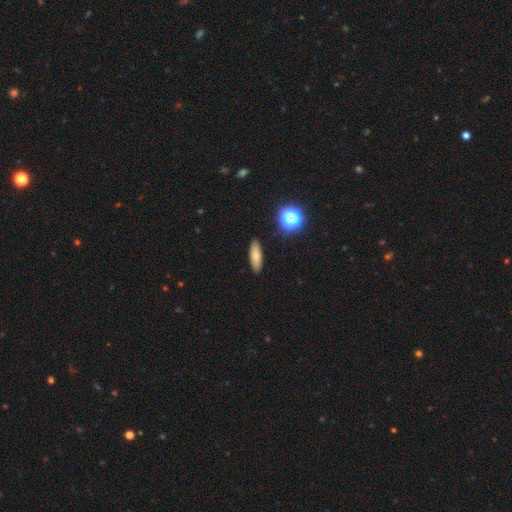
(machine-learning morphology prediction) This appears to be a smooth galaxy with no disk features (77%) that is in between round and cigar-shaped (54%). Merging: none (89%).